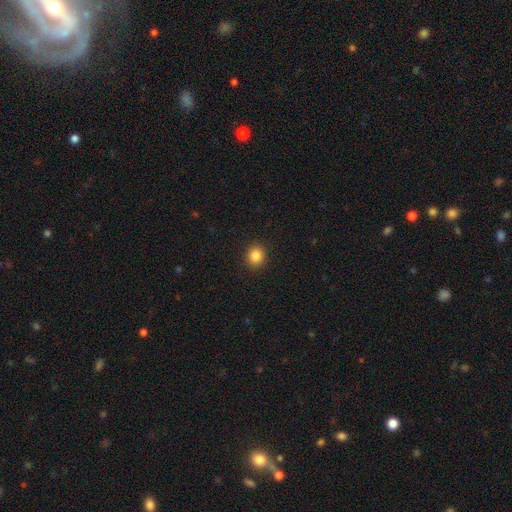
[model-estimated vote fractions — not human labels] smooth_or_featured: smooth (p=0.86) [alt: star or artifact p=0.10]
how_rounded: round (p=0.80) [alt: in between p=0.19]
merging: none (p=0.91) [alt: minor disturbance p=0.06]